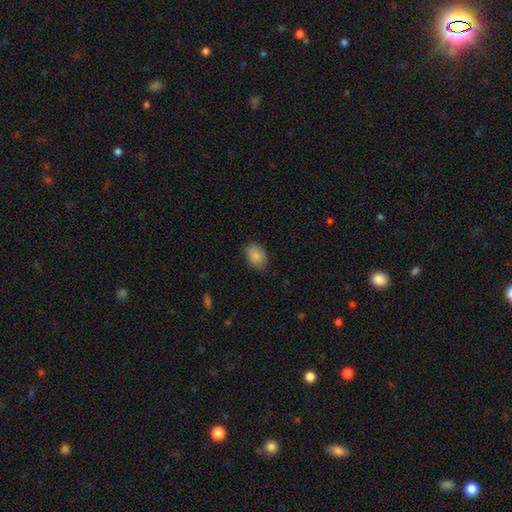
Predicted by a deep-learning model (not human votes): This appears to be a smooth galaxy with no disk features (86%) that is in between round and cigar-shaped (74%). Merging: none (74%).